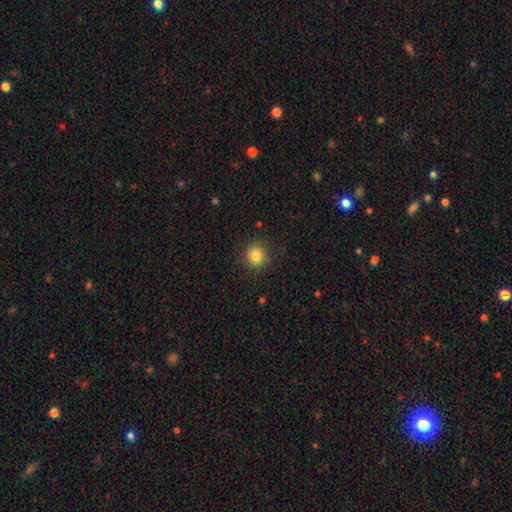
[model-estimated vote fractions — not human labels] Smooth or featured? Predicted: smooth (p=0.83). How rounded? Predicted: round (p=0.91). Merging? Predicted: none (p=0.87).